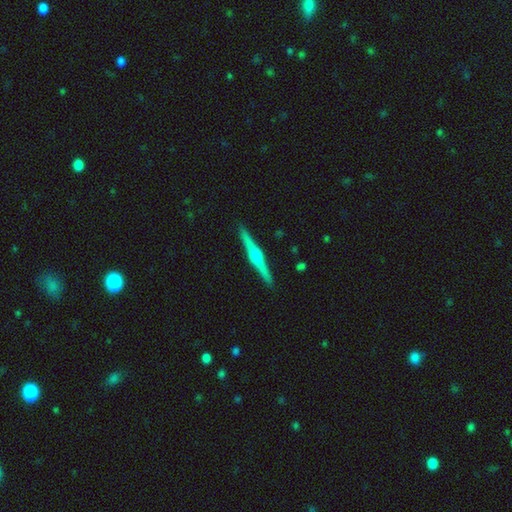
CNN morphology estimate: smooth_or_featured: featured or disk (p=0.82) [alt: smooth p=0.13]
disk_edge_on: yes (p=0.99) [alt: no p=0.01]
edge_on_bulge: rounded (p=0.94) [alt: boxy p=0.04]
merging: none (p=0.93) [alt: minor disturbance p=0.05]